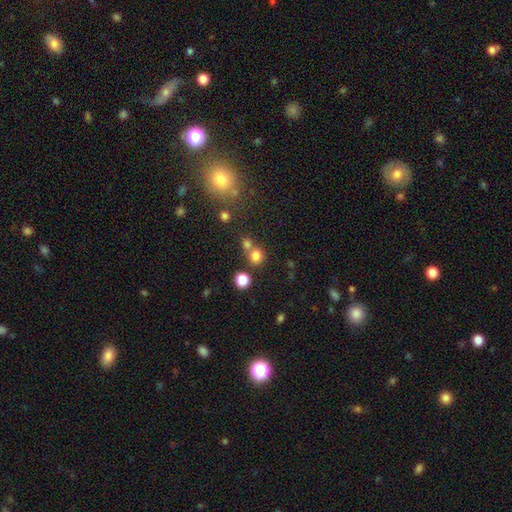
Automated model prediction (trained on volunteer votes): Smooth or featured?
  - smooth: 75% *
  - star or artifact: 17%
  - featured or disk: 7%
How rounded?
  - round: 85% *
  - in between: 14%
  - cigar-shaped: 1%
Merging?
  - none: 58% *
  - merger: 30%
  - minor disturbance: 8%
  - major disturbance: 4%